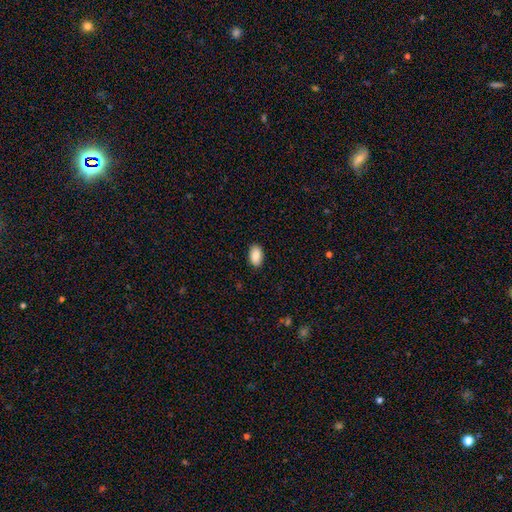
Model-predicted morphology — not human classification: The model was most divided on "smooth or featured": smooth: 88%, star or artifact: 7%, featured or disk: 6%. More confident: how rounded — in between (93%); merging — none (89%).